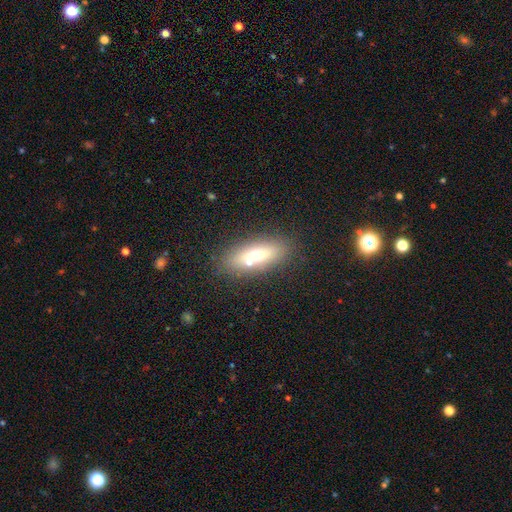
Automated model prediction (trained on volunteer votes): A smooth galaxy with no disk features (58%) that is in between round and cigar-shaped (68%). Merging: none (70%).